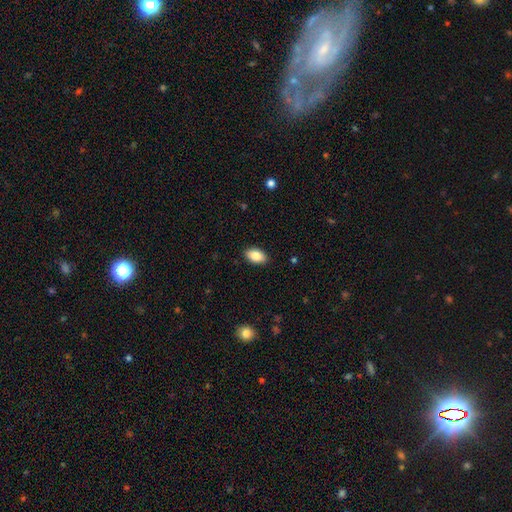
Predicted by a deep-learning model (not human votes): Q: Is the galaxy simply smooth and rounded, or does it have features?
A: smooth — 86%.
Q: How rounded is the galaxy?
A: in between — 93%.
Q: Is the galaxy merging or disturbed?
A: none — 90%.